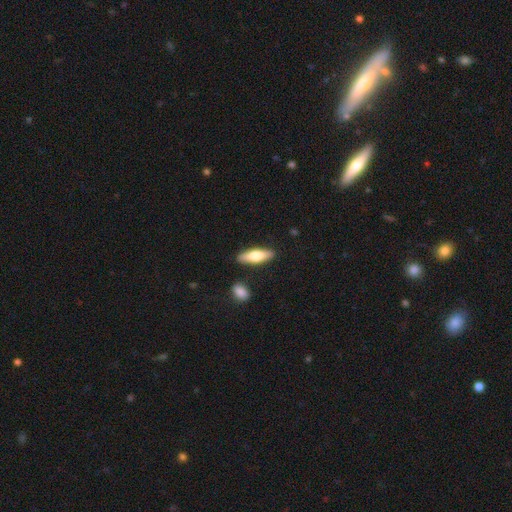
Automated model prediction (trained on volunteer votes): This appears to be a smooth galaxy with no disk features (63%) that is cigar-shaped (55%). Merging: none (85%).